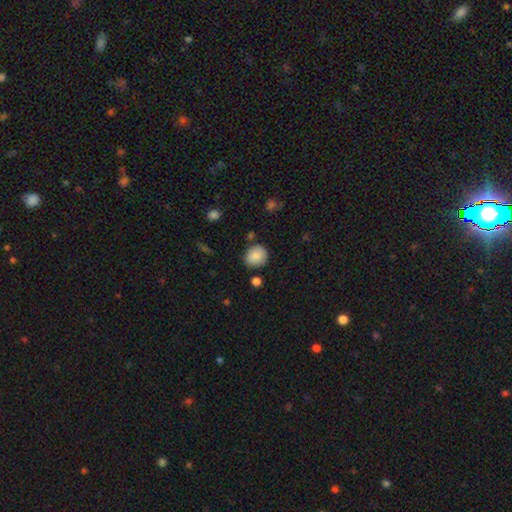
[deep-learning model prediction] A smooth galaxy with no disk features (86%) that is round (76%). Merging: none (78%).